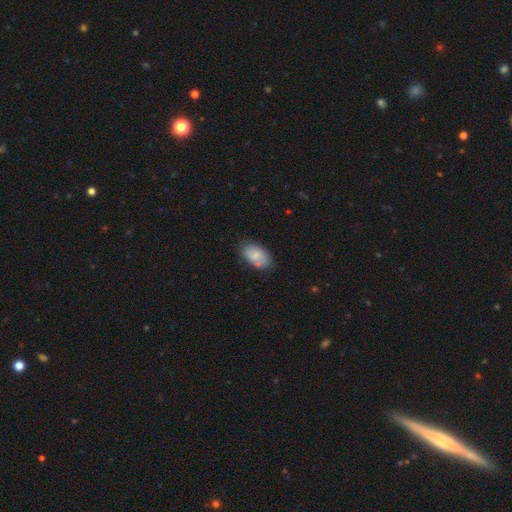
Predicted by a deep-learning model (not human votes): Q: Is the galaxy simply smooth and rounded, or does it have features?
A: smooth — 76%.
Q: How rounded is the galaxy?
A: in between — 93%.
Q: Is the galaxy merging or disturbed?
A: none — 69%.